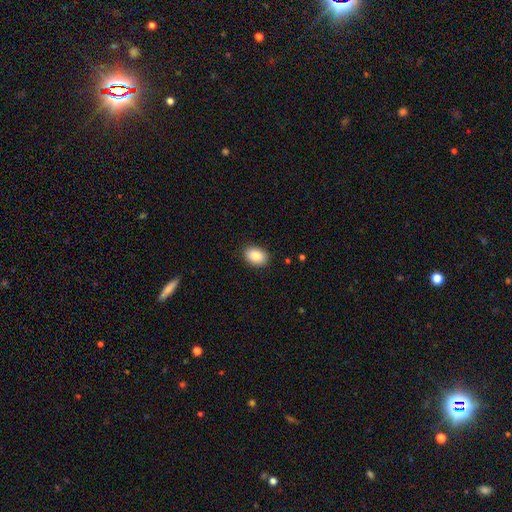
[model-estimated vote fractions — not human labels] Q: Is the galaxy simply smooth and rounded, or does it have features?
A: smooth — 88%.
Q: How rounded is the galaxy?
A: in between — 80%.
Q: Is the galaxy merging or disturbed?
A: none — 89%.